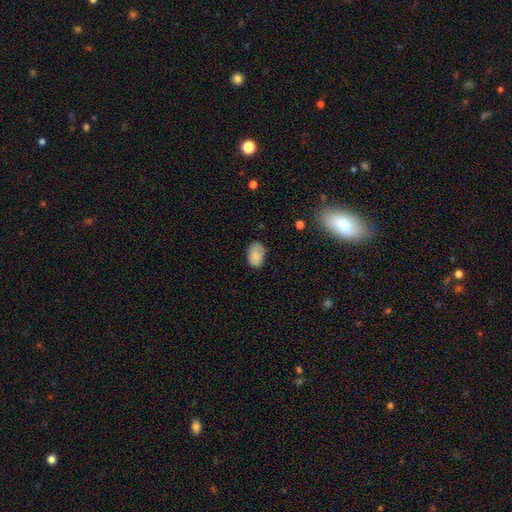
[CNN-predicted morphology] This is clearly a smooth galaxy (83%). How rounded: clearly in between (84%). Merging: likely none (66%).